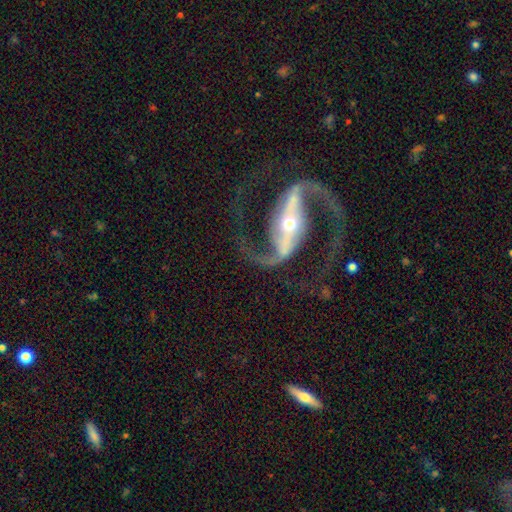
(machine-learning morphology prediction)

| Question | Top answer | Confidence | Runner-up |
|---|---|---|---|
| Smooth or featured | featured or disk | 94% | star or artifact (4%) |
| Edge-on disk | no | 97% | yes (3%) |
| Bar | strong | 72% | weak (18%) |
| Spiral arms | yes | 98% | no (2%) |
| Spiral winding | medium | 63% | loose (25%) |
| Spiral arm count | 2 | 95% | can't tell (1%) |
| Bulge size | moderate | 48% | small (46%) |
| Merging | none | 82% | minor disturbance (10%) |